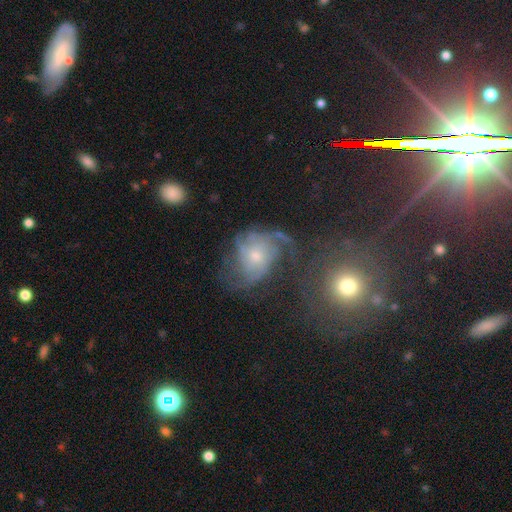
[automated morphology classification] Smooth or featured? Predicted: featured or disk (p=0.73). Edge-on disk? Predicted: no (p=0.97). Bar? Predicted: no (p=0.74). Spiral arms? Predicted: yes (p=0.88). Spiral winding? Predicted: medium (p=0.43). Spiral arm count? Predicted: can't tell (p=0.32). Bulge size? Predicted: small (p=0.51). Merging? Predicted: none (p=0.43).